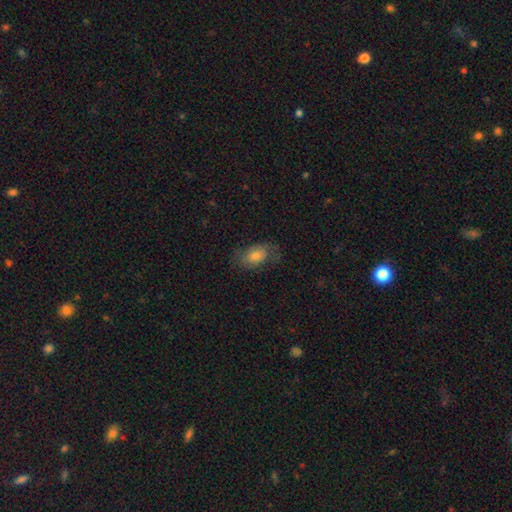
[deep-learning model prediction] smooth 59%, featured or disk 31%, star or artifact 10%. Down the decision tree: how rounded — in between (87%); merging — none (65%).